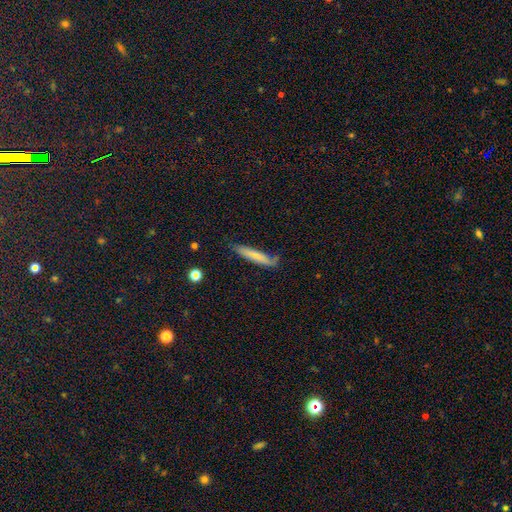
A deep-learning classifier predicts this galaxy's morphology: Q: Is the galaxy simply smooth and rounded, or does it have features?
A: smooth — 72%.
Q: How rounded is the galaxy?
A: cigar-shaped — 90%.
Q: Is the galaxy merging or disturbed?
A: none — 65%.